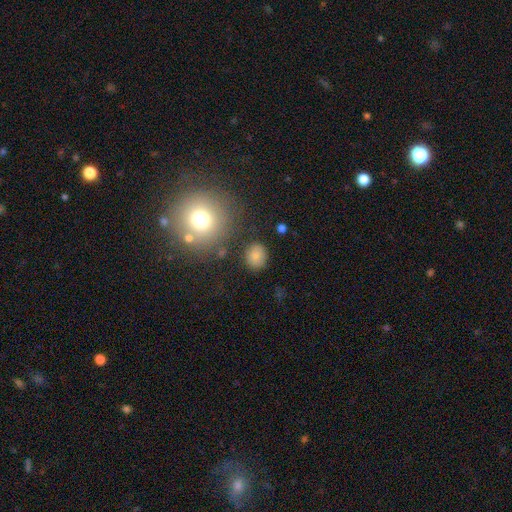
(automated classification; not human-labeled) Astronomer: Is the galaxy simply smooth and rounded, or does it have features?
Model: smooth — 79%.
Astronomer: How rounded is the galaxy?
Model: round — 66%.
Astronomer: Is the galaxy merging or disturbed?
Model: none — 83%.